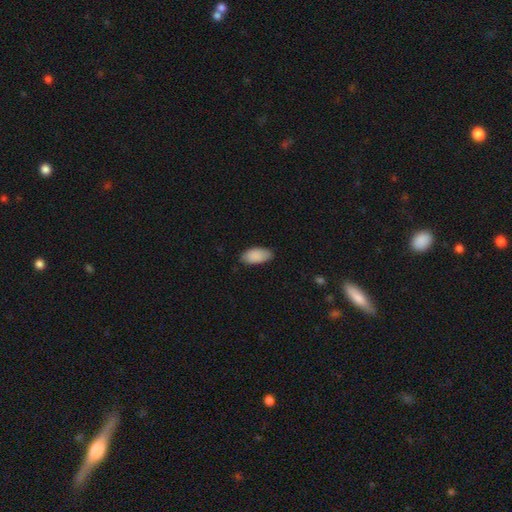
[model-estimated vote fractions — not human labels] The model was most divided on "merging": none: 80%, minor disturbance: 16%, major disturbance: 2%, merger: 1%. More confident: how rounded — in between (94%); smooth or featured — smooth (90%).